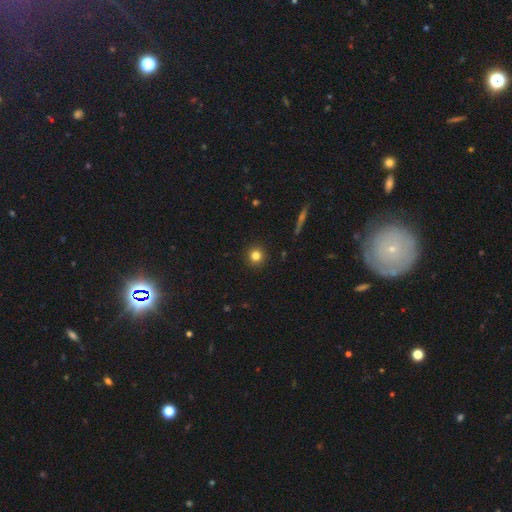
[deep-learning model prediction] A smooth galaxy with no disk features (81%) that is round (94%).

Vote fractions:
- Smooth or featured? smooth: 81% / star or artifact: 12% / featured or disk: 7%
- How rounded? round: 94% / in between: 5% / cigar-shaped: 1%
- Merging? none: 92% / minor disturbance: 5% / major disturbance: 2% / merger: 1%